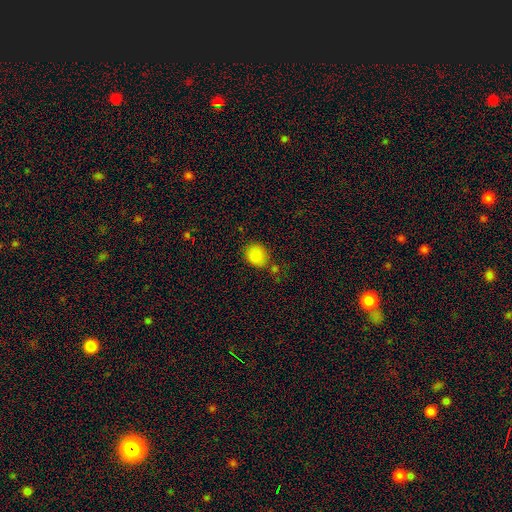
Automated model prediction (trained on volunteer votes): The model was most divided on "how rounded": round: 65%, in between: 34%, cigar-shaped: 1%. More confident: smooth or featured — smooth (86%); merging — none (70%).